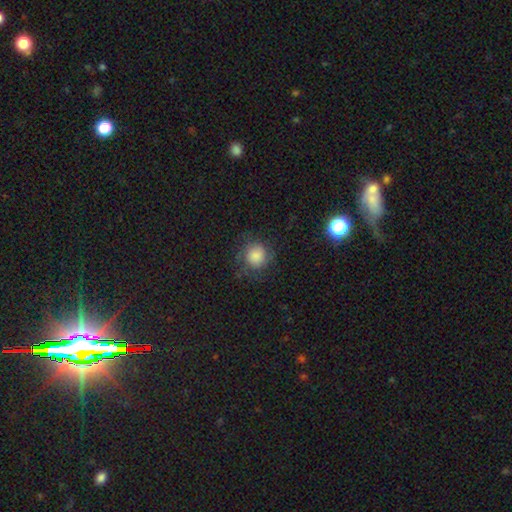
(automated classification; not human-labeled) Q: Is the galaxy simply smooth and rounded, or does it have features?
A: smooth — 76%.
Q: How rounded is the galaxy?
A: round — 89%.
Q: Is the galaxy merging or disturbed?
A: none — 74%.